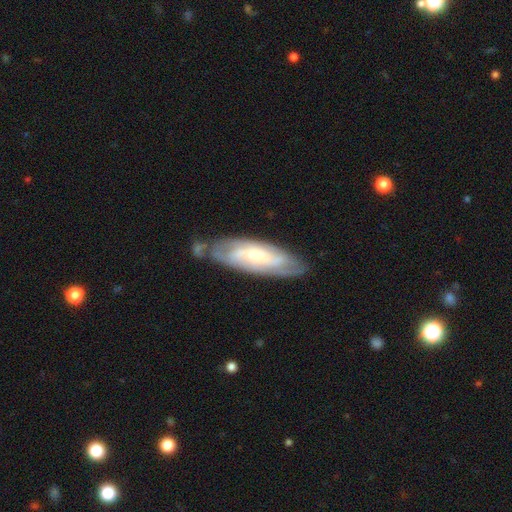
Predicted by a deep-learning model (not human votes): The model was most divided on "spiral arm count": can't tell: 39%, 2: 36%, 3: 14%, 4: 6%, 1: 3%, more than 4: 3%. More confident: spiral arms — yes (90%); edge-on disk — no (85%); smooth or featured — featured or disk (73%); merging — none (71%); spiral winding — tight (56%); bar — no (56%); bulge size — small (55%).